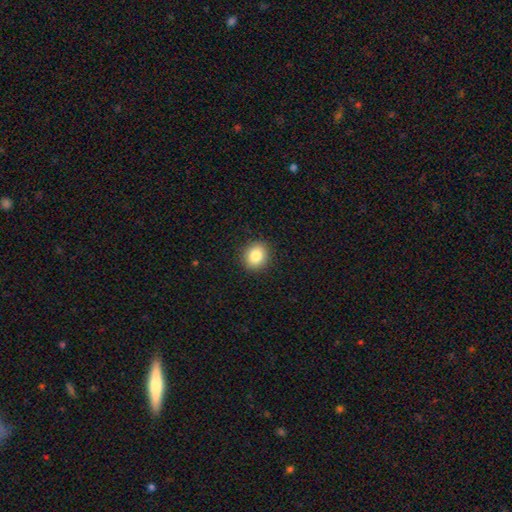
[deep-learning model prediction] Smooth or featured? Predicted: smooth (p=0.85). How rounded? Predicted: round (p=0.72). Merging? Predicted: none (p=0.91).